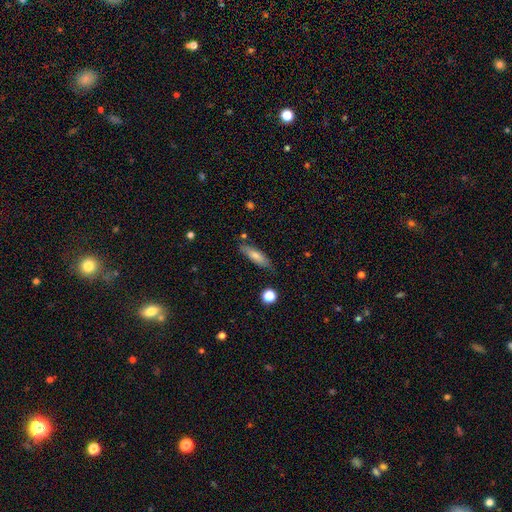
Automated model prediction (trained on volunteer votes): A smooth galaxy with no disk features (72%) that is cigar-shaped (59%). Merging: none (75%).